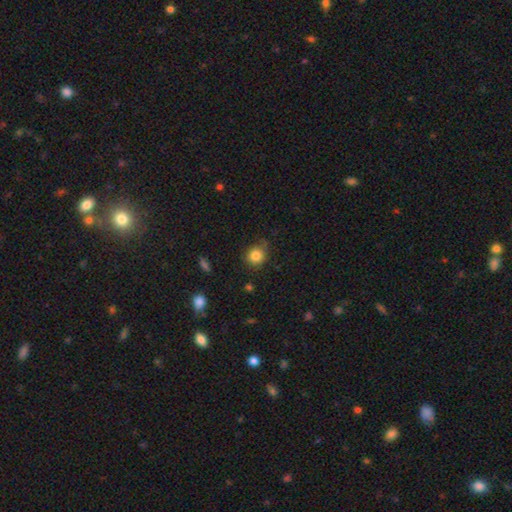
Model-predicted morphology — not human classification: Overall: smooth (84%). How rounded: round (83%). Merging: none (73%).